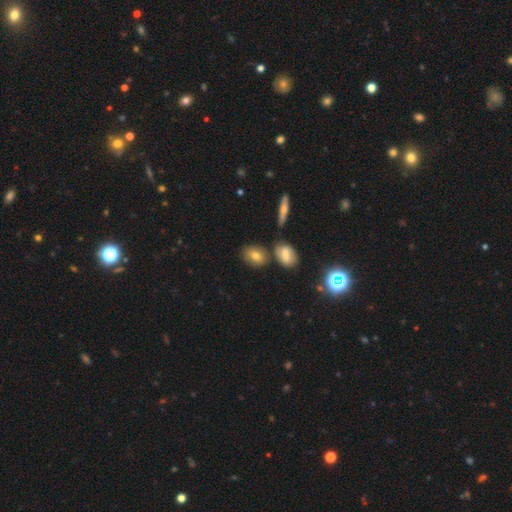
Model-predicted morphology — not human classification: Smooth or featured? Predicted: smooth (p=0.72). How rounded? Predicted: in between (p=0.71). Merging? Predicted: none (p=0.71).